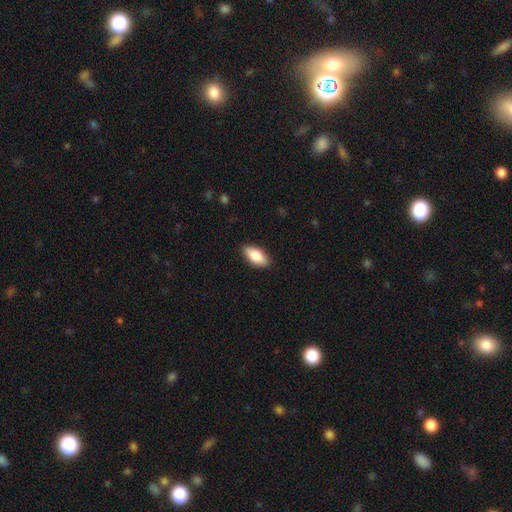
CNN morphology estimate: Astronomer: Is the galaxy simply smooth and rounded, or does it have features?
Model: smooth — 83%.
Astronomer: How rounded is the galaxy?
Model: in between — 90%.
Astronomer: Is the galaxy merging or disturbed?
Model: none — 88%.